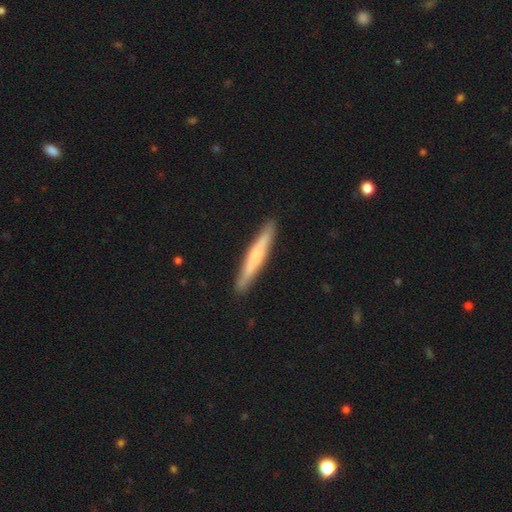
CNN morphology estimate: Smooth or featured?
  - smooth: 51% *
  - featured or disk: 43%
  - star or artifact: 6%
How rounded?
  - cigar-shaped: 94% *
  - in between: 5%
  - round: 1%
Merging?
  - none: 89% *
  - minor disturbance: 9%
  - major disturbance: 2%
  - merger: 1%